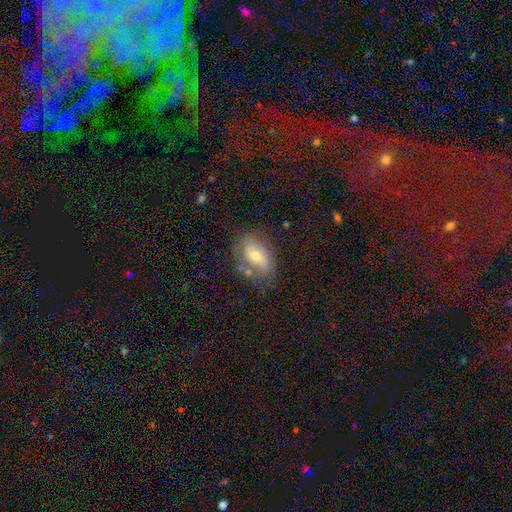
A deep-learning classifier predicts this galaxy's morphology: A featured or disk galaxy (64%) with no bar (48%), 2 (70%) medium (42%) spiral arms (83%) and a moderate central bulge (59%). Merging: none (66%).